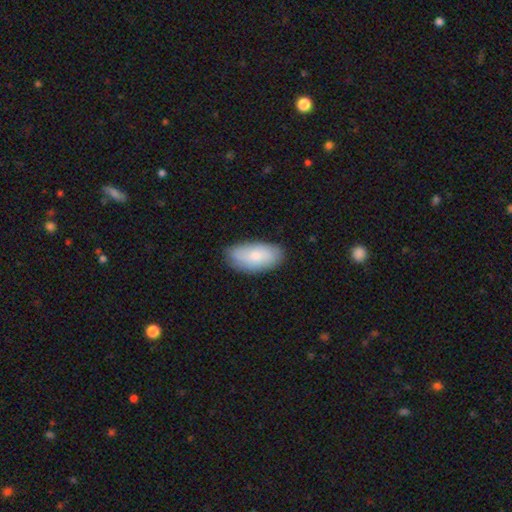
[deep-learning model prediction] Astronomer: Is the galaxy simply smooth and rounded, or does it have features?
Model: smooth — 73%.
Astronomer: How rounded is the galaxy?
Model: in between — 94%.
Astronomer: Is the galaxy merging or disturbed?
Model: none — 82%.